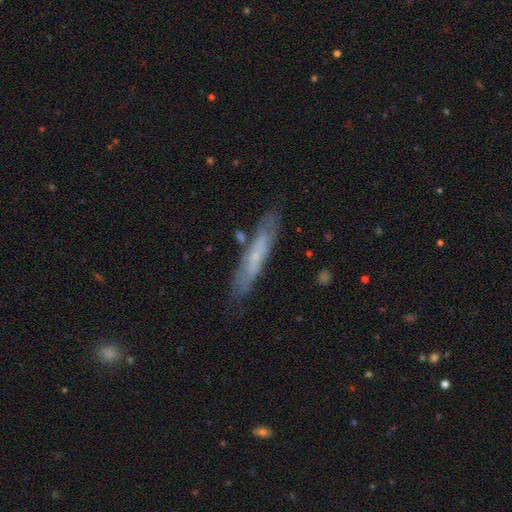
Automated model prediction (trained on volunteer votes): smooth-or-featured: featured or disk: 51% | smooth: 42% | star or artifact: 7%
  disk-edge-on: yes: 64% | no: 36%
  merging: none: 77% | minor disturbance: 16% | merger: 4% | major disturbance: 4%